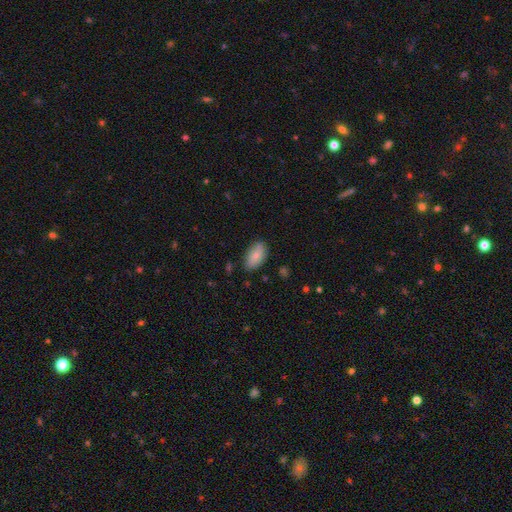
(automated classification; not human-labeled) Smooth or featured? smooth (80%)
How rounded? in between (94%)
Merging? none (79%)